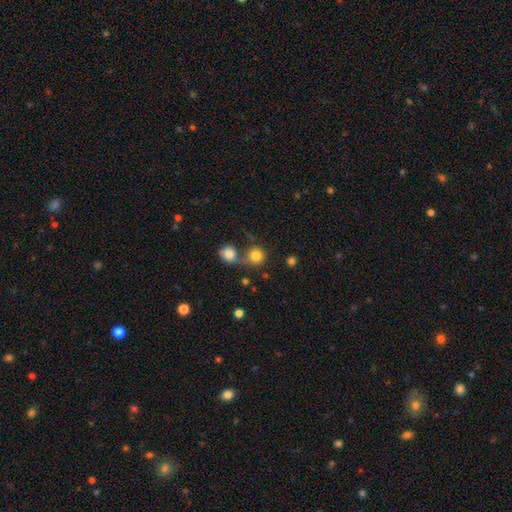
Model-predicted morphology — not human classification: This is clearly a smooth galaxy (82%). How rounded: clearly round (88%). Merging: marginally merger (44%).